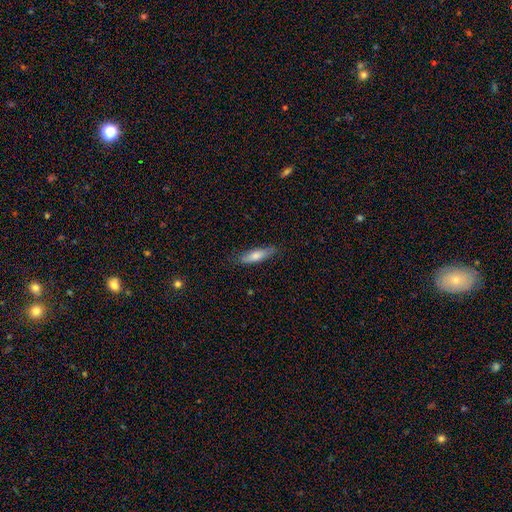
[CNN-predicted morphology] Overall: smooth (72%). How rounded: cigar-shaped (68%; in between 30%). Merging: none (82%).